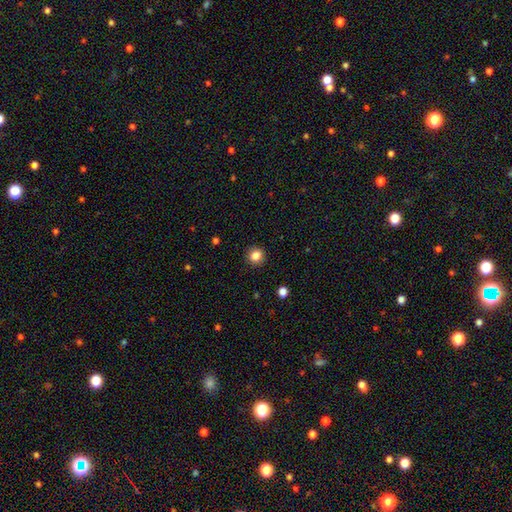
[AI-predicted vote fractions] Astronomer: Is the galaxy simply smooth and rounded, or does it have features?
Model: smooth — 84%.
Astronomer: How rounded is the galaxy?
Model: round — 91%.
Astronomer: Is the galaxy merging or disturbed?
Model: none — 92%.